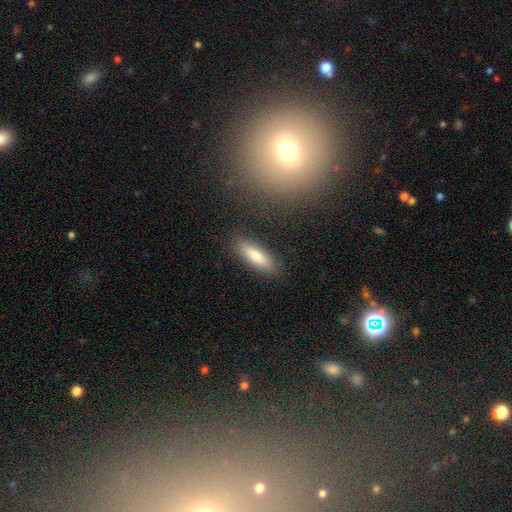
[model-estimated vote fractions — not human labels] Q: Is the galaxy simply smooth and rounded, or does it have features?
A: smooth — 79%.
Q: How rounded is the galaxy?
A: cigar-shaped — 52%.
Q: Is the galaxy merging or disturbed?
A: none — 86%.